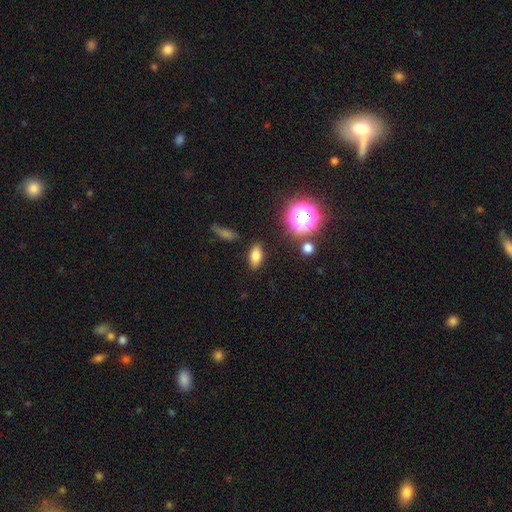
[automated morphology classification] Smooth or featured? Predicted: smooth (p=0.74). How rounded? Predicted: in between (p=0.81). Merging? Predicted: none (p=0.85).